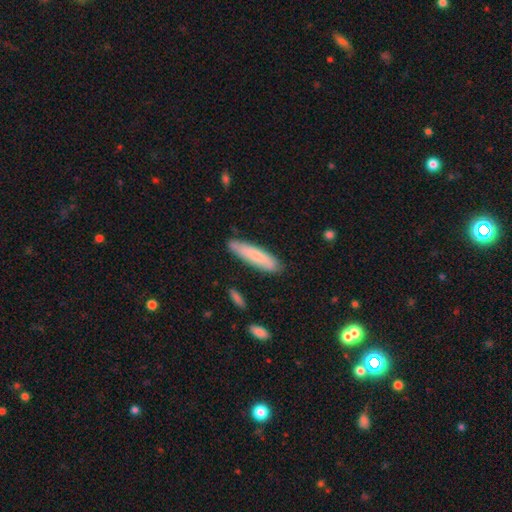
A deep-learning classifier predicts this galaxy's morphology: Overall: smooth (78%). How rounded: cigar-shaped (79%). Merging: none (82%).